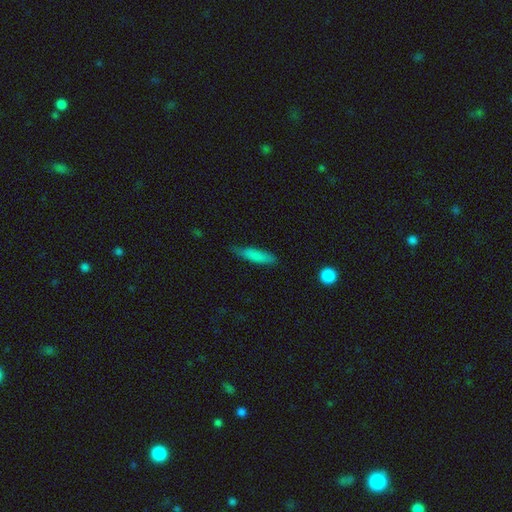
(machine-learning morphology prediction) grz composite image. It shows a smooth galaxy with no disk features (81%) that is cigar-shaped (72%). Merging: none (69%).